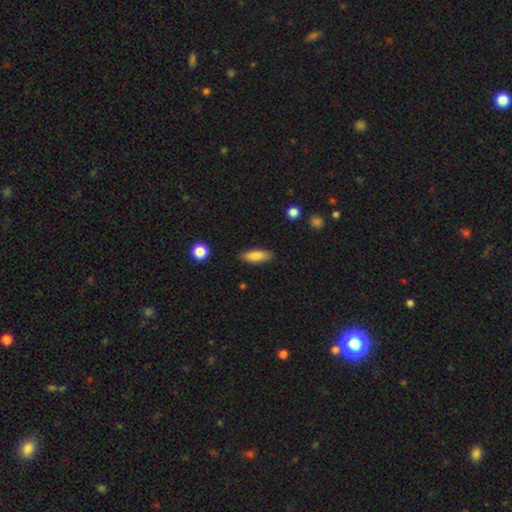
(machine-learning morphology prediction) This appears to be a smooth galaxy with no disk features (84%) that is in between round and cigar-shaped (61%). Merging: none (86%).